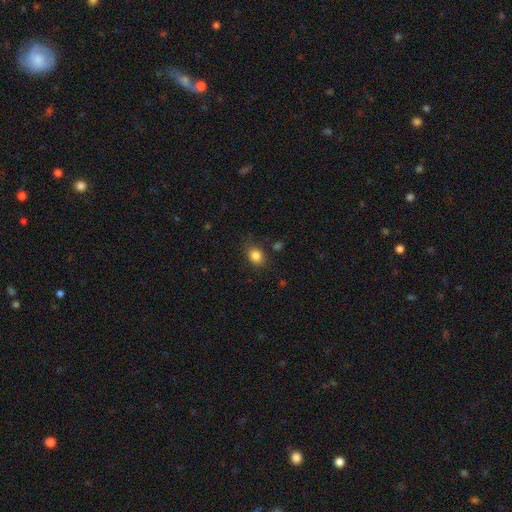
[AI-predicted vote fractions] Morphology: type=smooth (83%); roundness=round (53%); merging=none (79%).